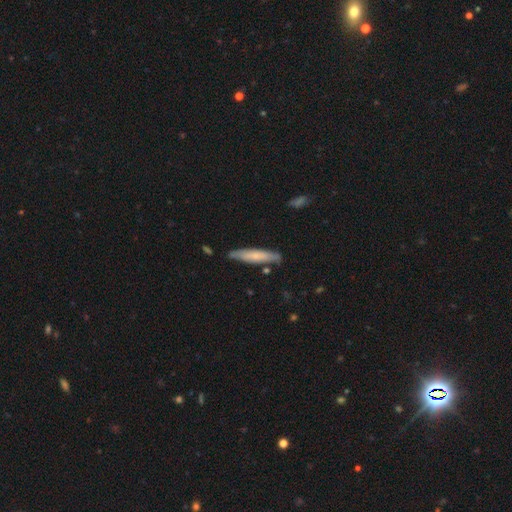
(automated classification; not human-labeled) Smooth or featured: smooth — 63% (featured or disk — 32%)
How rounded: cigar-shaped — 88% (in between — 11%)
Merging: none — 82% (minor disturbance — 13%)